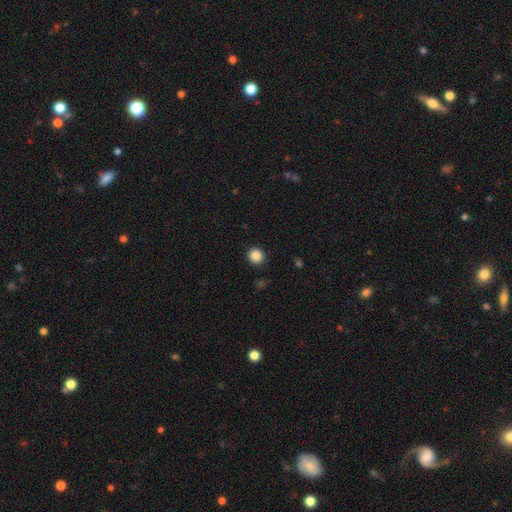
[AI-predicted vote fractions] smooth-or-featured: smooth: 87% | star or artifact: 10% | featured or disk: 3%
  how-rounded: round: 93% | in between: 6% | cigar-shaped: 1%
  merging: none: 91% | minor disturbance: 6% | major disturbance: 2% | merger: 1%